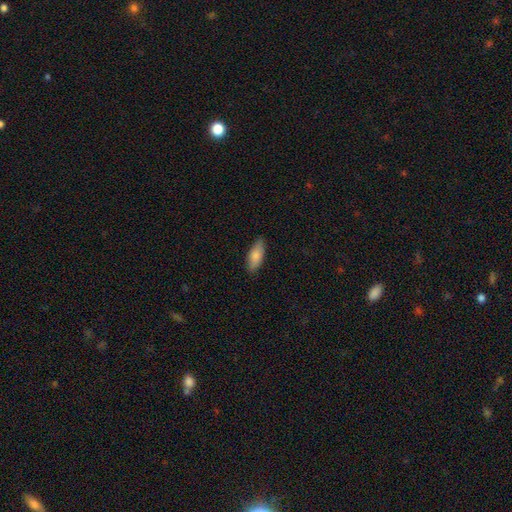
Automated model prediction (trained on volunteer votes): Smooth or featured?
  - smooth: 82% *
  - featured or disk: 12%
  - star or artifact: 6%
How rounded?
  - in between: 78% *
  - cigar-shaped: 20%
  - round: 2%
Merging?
  - none: 84% *
  - minor disturbance: 13%
  - major disturbance: 2%
  - merger: 1%